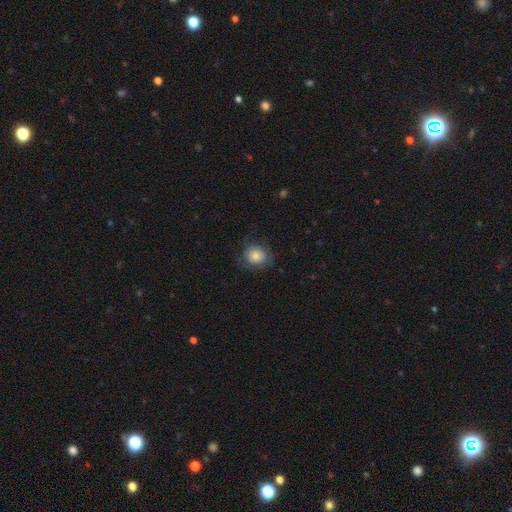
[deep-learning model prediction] Overall: smooth (74%). How rounded: round (73%). Merging: none (70%).